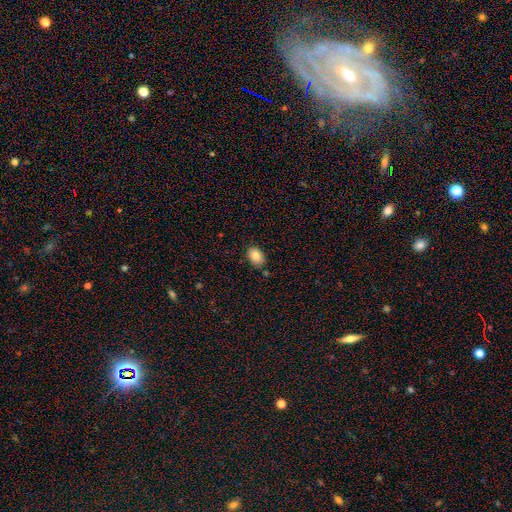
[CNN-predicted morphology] smooth_or_featured: smooth (p=0.85) [alt: star or artifact p=0.08]
how_rounded: in between (p=0.82) [alt: round p=0.17]
merging: none (p=0.82) [alt: minor disturbance p=0.12]